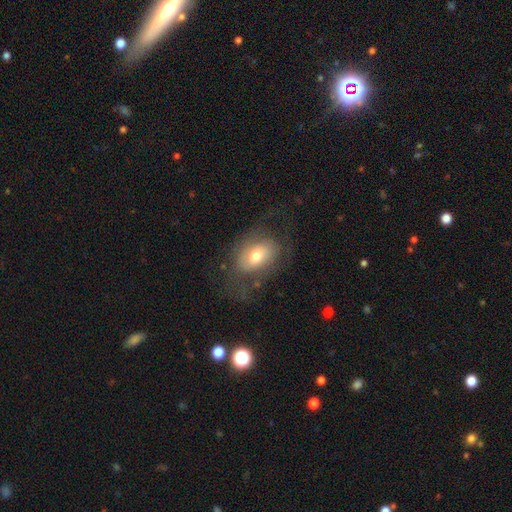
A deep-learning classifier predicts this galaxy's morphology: Smooth or featured: smooth — 55% (featured or disk — 37%)
How rounded: in between — 81% (round — 18%)
Merging: none — 56% (major disturbance — 22%)